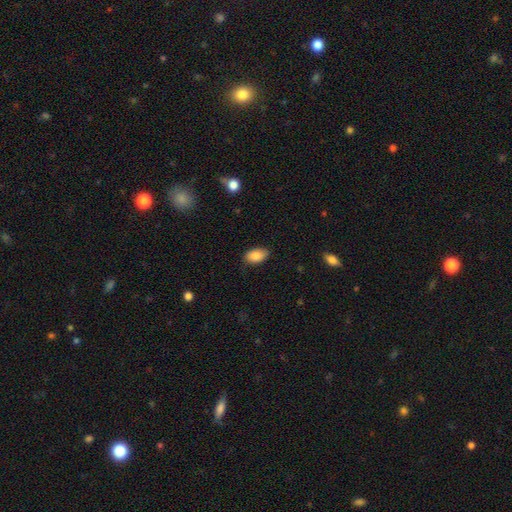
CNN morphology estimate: This appears to be a smooth galaxy with no disk features (86%) that is in between round and cigar-shaped (92%). Merging: none (81%).